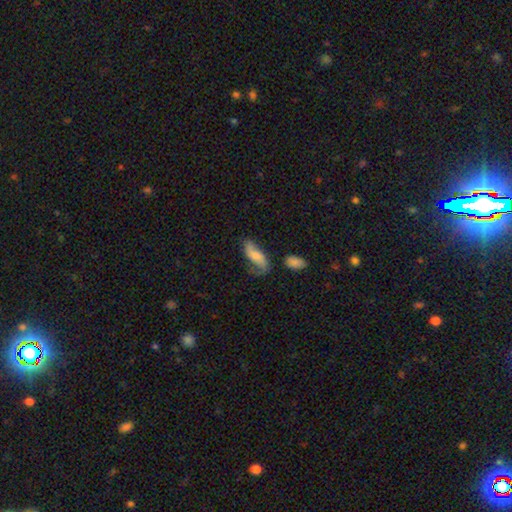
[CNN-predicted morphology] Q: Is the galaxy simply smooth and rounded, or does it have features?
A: featured or disk — 47%.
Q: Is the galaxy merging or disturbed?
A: none — 56%.